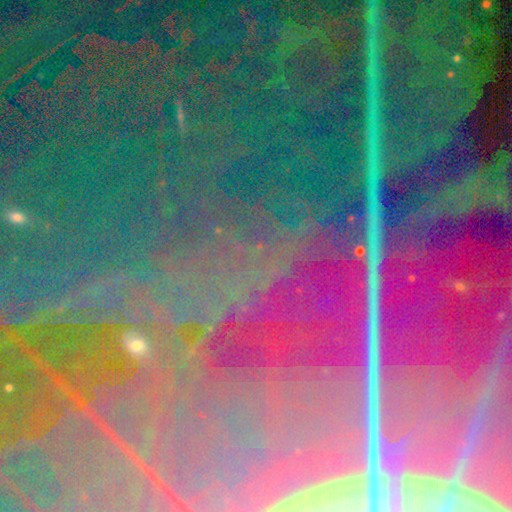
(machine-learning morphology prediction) This appears to be a star or artifact, not a galaxy (87%).